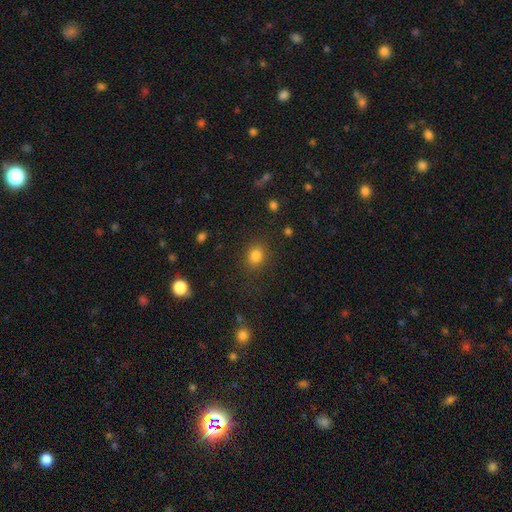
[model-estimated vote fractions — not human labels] Smooth or featured: smooth — 82% (star or artifact — 13%)
How rounded: round — 67% (in between — 32%)
Merging: none — 85% (minor disturbance — 10%)